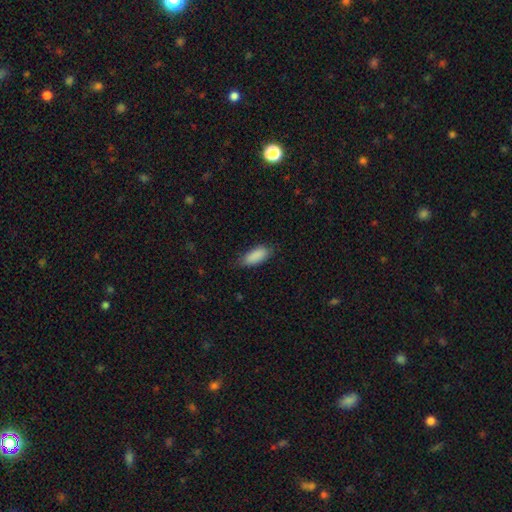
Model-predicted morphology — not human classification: This appears to be a smooth galaxy with no disk features (89%) that is in between round and cigar-shaped (81%). Merging: none (76%).